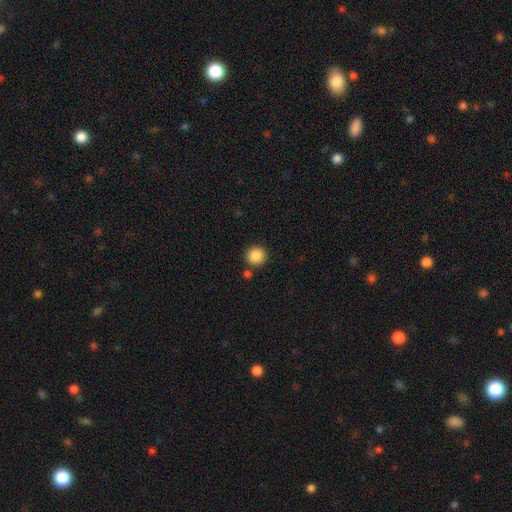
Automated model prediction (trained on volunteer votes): smooth_or_featured: smooth (p=0.88) [alt: star or artifact p=0.09]
how_rounded: round (p=0.93) [alt: in between p=0.06]
merging: none (p=0.84) [alt: minor disturbance p=0.07]